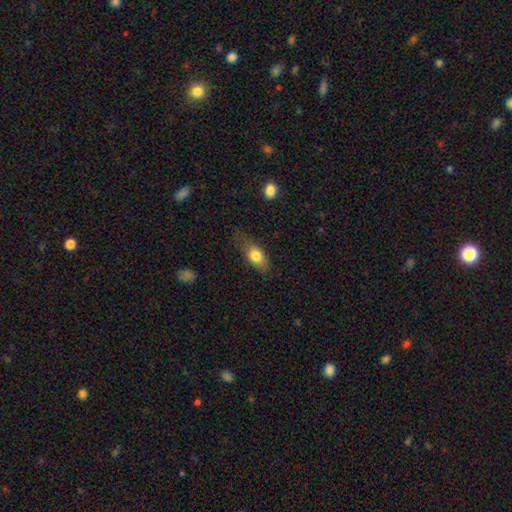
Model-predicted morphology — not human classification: The model was most divided on "merging": none: 58%, minor disturbance: 28%, major disturbance: 12%, merger: 2%. More confident: how rounded — in between (80%); smooth or featured — smooth (78%).